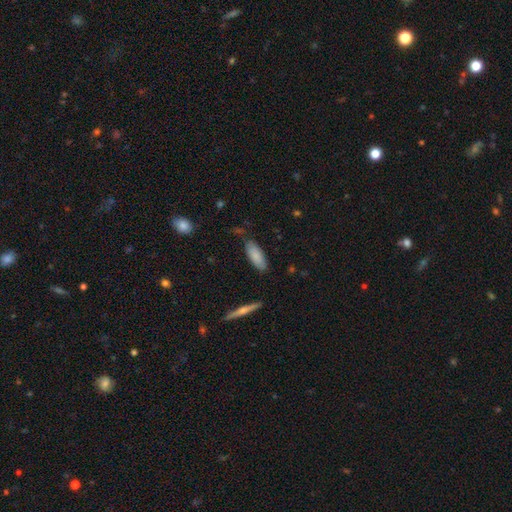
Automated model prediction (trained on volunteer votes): smooth_or_featured: smooth (p=0.85) [alt: featured or disk p=0.09]
how_rounded: in between (p=0.68) [alt: cigar-shaped p=0.30]
merging: none (p=0.80) [alt: minor disturbance p=0.15]